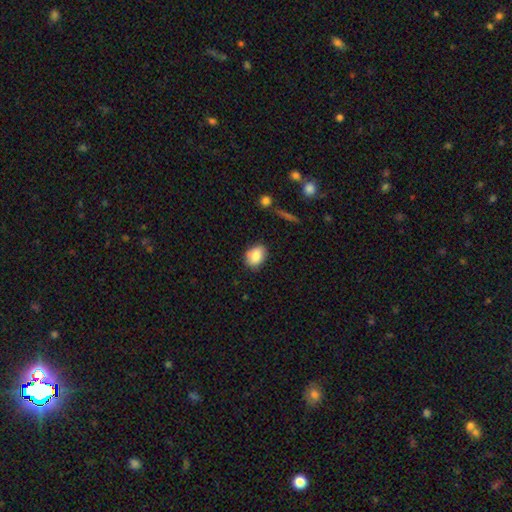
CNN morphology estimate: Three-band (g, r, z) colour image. It shows a smooth galaxy with no disk features (82%) that is in between round and cigar-shaped (67%). Merging: none (80%).